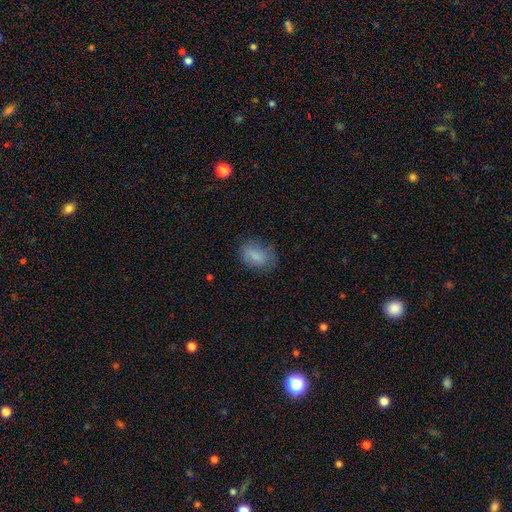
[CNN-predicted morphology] Overall: smooth (82%). How rounded: in between (83%). Merging: none (68%).